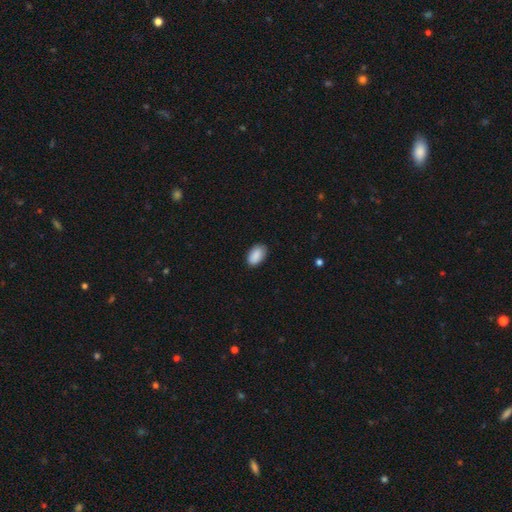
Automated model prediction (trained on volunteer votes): Smooth or featured?
  - smooth: 90% *
  - star or artifact: 7%
  - featured or disk: 3%
How rounded?
  - in between: 93% *
  - round: 5%
  - cigar-shaped: 1%
Merging?
  - none: 86% *
  - minor disturbance: 11%
  - major disturbance: 2%
  - merger: 1%